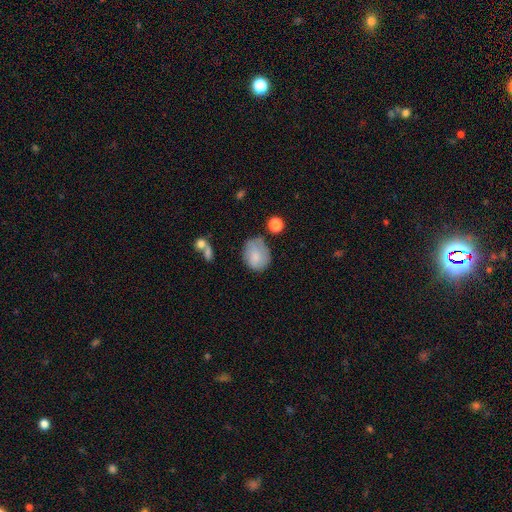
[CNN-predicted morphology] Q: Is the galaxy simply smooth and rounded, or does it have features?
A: smooth — 79%.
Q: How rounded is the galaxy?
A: in between — 53%.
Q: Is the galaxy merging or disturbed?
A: none — 54%.